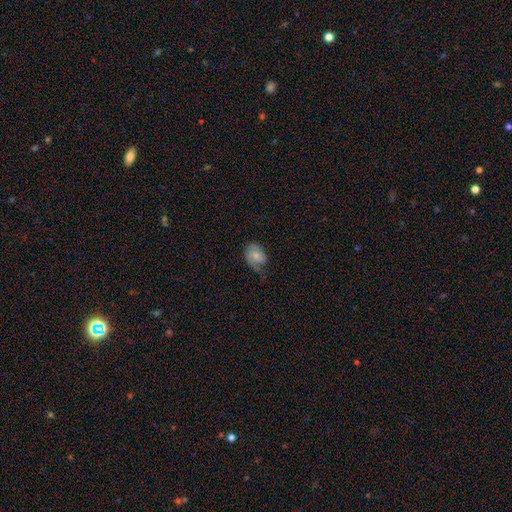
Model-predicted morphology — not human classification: Smooth or featured? smooth (58%)
How rounded? in between (69%)
Merging? none (43%)